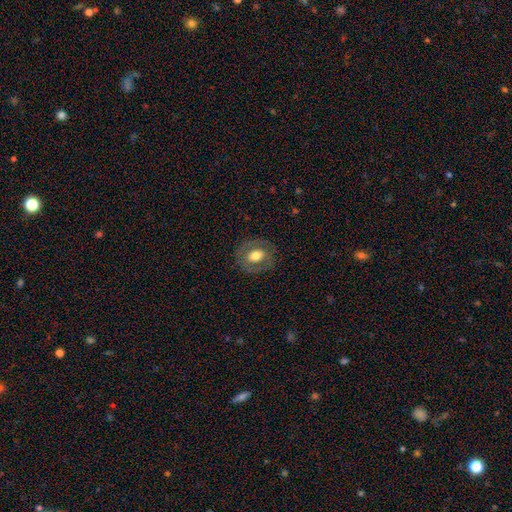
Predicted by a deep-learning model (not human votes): The model was most divided on "how rounded": round: 56%, in between: 43%, cigar-shaped: 1%. More confident: merging — none (81%); smooth or featured — smooth (54%).